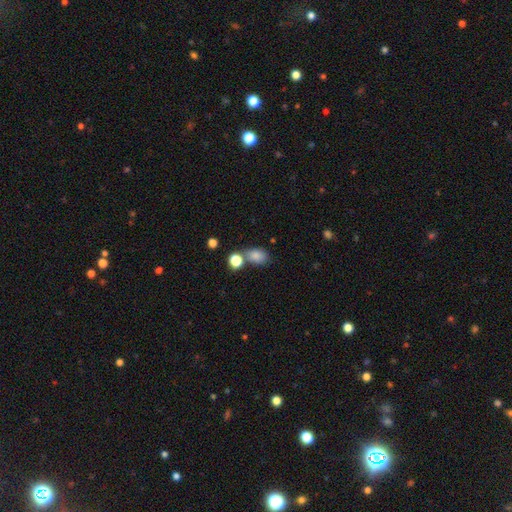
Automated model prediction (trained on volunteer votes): Smooth or featured? smooth (81%)
How rounded? in between (72%)
Merging? none (59%)